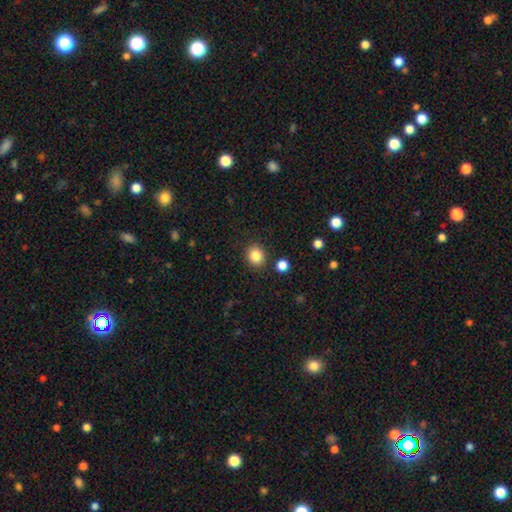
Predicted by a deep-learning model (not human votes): Smooth or featured? Predicted: smooth (p=0.85). How rounded? Predicted: round (p=0.76). Merging? Predicted: none (p=0.87).